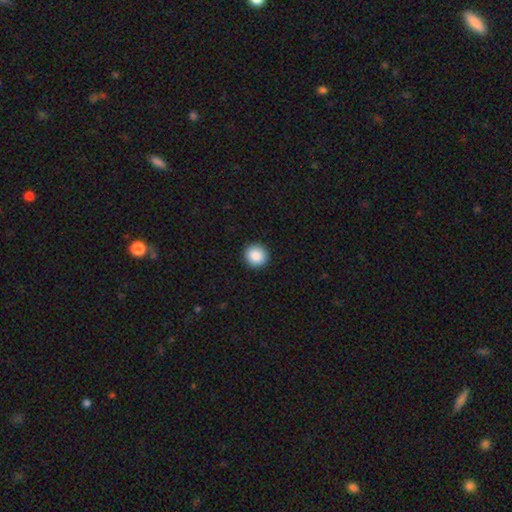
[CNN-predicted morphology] smooth-or-featured: smooth: 88% | star or artifact: 8% | featured or disk: 4%
  how-rounded: round: 94% | in between: 5% | cigar-shaped: 1%
  merging: none: 93% | minor disturbance: 4% | major disturbance: 1% | merger: 1%